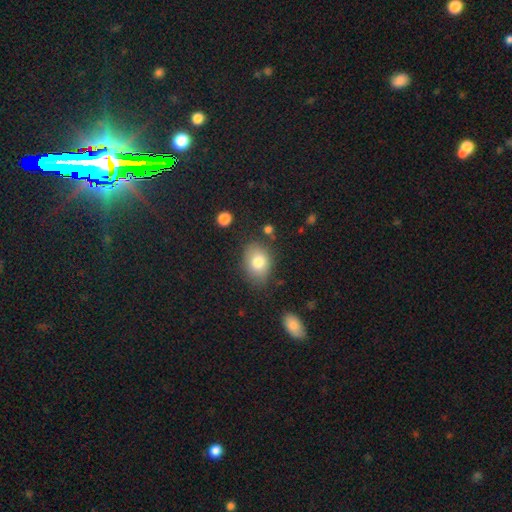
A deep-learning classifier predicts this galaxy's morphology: Smooth or featured? smooth (52%)
How rounded? in between (66%)
Merging? none (83%)